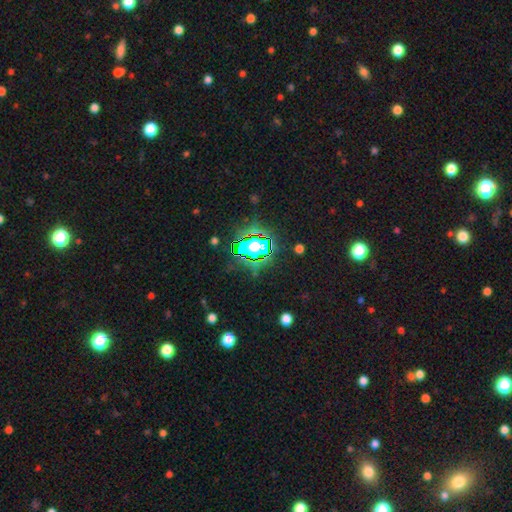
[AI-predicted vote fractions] The model was most divided on "smooth or featured": star or artifact: 82%, smooth: 11%, featured or disk: 7%.